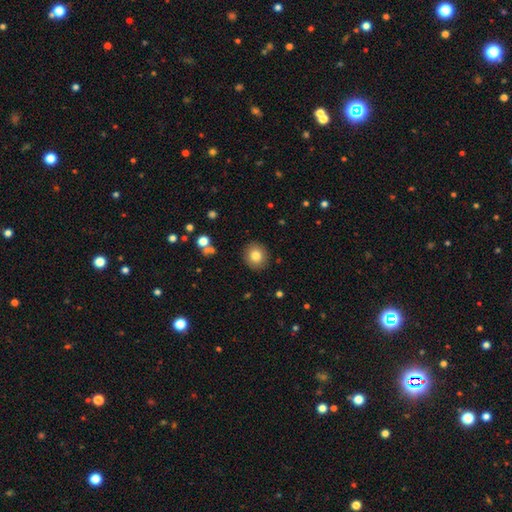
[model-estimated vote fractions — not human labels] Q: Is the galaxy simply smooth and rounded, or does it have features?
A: smooth — 80%.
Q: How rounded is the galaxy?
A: round — 85%.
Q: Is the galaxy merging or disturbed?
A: none — 90%.